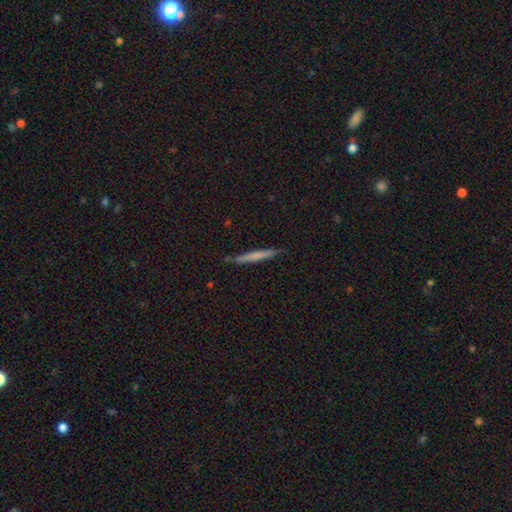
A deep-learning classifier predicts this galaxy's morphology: smooth-or-featured: smooth: 60% | featured or disk: 35% | star or artifact: 6%
  how-rounded: cigar-shaped: 96% | in between: 3% | round: 1%
  merging: none: 86% | minor disturbance: 10% | major disturbance: 2% | merger: 1%